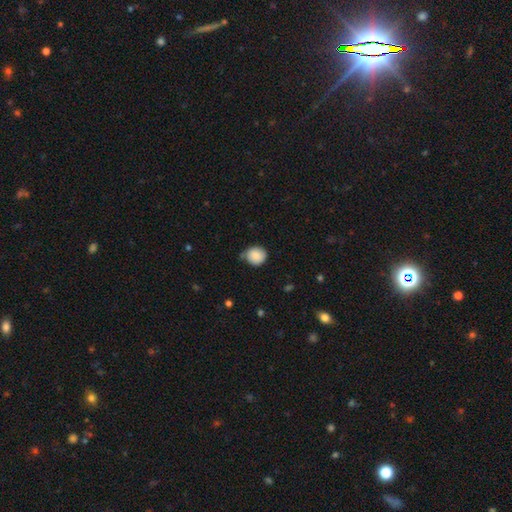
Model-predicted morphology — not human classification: A smooth galaxy with no disk features (87%) that is round (83%). Merging: none (70%).